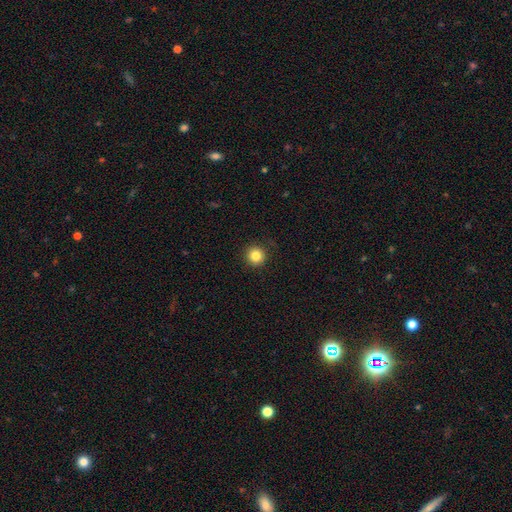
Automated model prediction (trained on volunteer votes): The model was most divided on "smooth or featured": smooth: 85%, star or artifact: 11%, featured or disk: 5%. More confident: how rounded — round (95%); merging — none (92%).